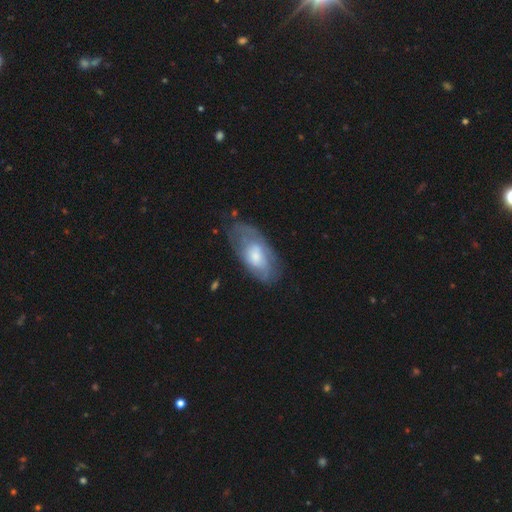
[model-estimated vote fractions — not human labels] Overall: featured or disk (50%; smooth 44%). Merging: none (59%; minor disturbance 26%).